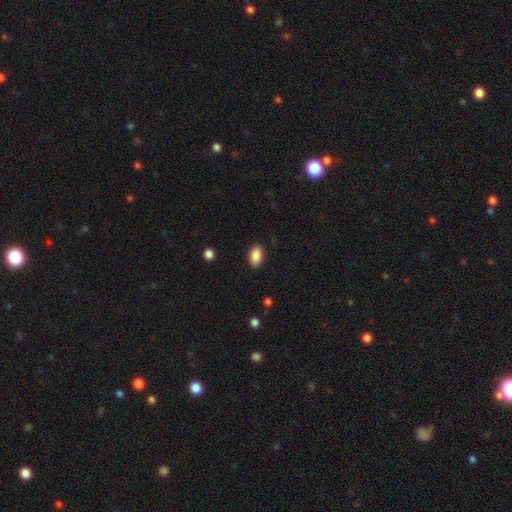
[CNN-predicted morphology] Smooth or featured? smooth (88%)
How rounded? in between (91%)
Merging? none (88%)